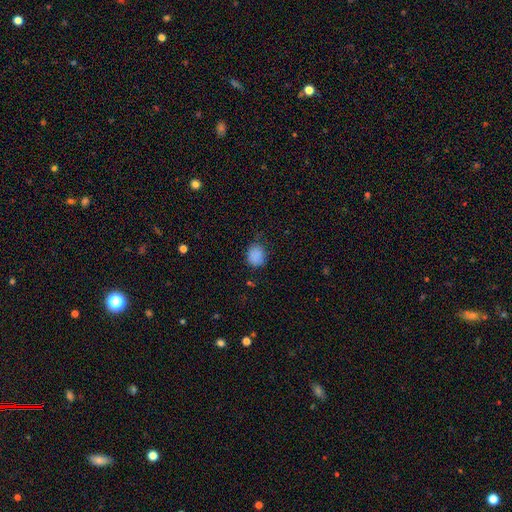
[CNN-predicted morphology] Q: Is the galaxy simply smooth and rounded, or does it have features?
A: smooth — 86%.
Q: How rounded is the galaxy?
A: round — 64%.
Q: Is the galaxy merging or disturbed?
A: none — 68%.